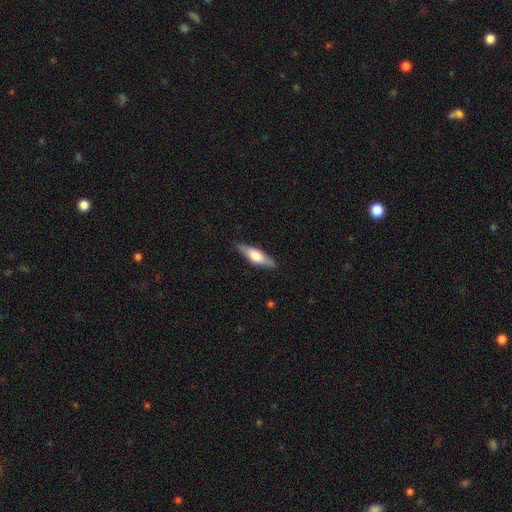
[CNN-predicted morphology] This is possibly a smooth galaxy (50%). Merging: clearly none (86%).